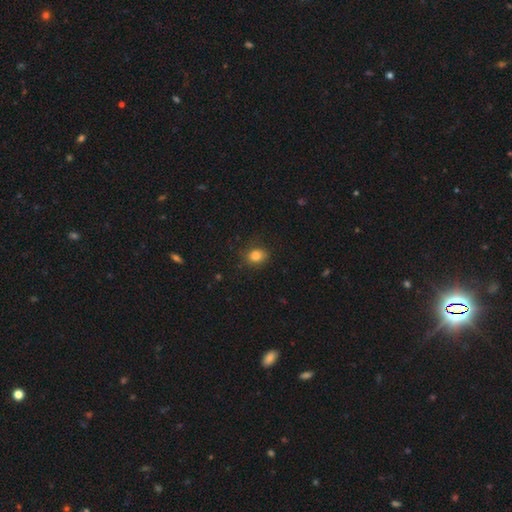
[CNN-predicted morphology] A smooth galaxy with no disk features (84%) that is round (52%). Merging: none (77%).